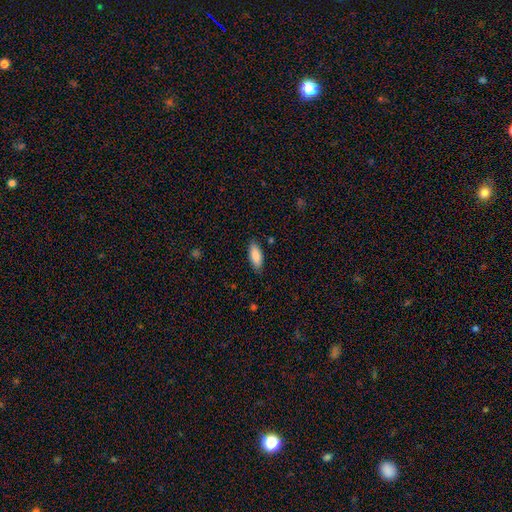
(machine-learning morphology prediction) This appears to be a smooth galaxy with no disk features (87%) that is in between round and cigar-shaped (80%). Merging: none (86%).